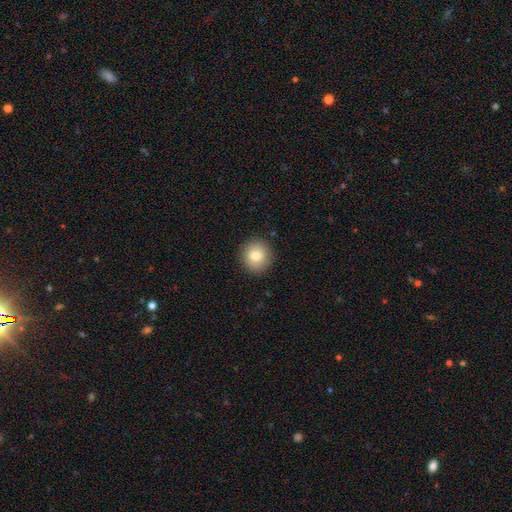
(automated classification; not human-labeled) smooth_or_featured: smooth (p=0.81) [alt: star or artifact p=0.09]
how_rounded: round (p=0.86) [alt: in between p=0.13]
merging: none (p=0.90) [alt: minor disturbance p=0.07]